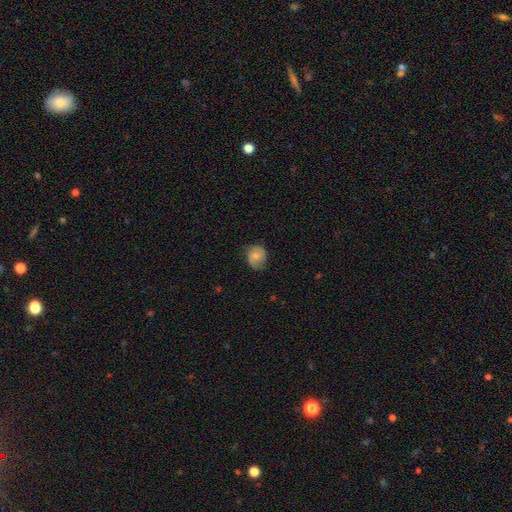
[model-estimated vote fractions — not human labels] Smooth or featured?
  - smooth: 58% *
  - featured or disk: 34%
  - star or artifact: 8%
How rounded?
  - round: 65% *
  - in between: 34%
  - cigar-shaped: 1%
Merging?
  - none: 67% *
  - minor disturbance: 24%
  - major disturbance: 7%
  - merger: 1%